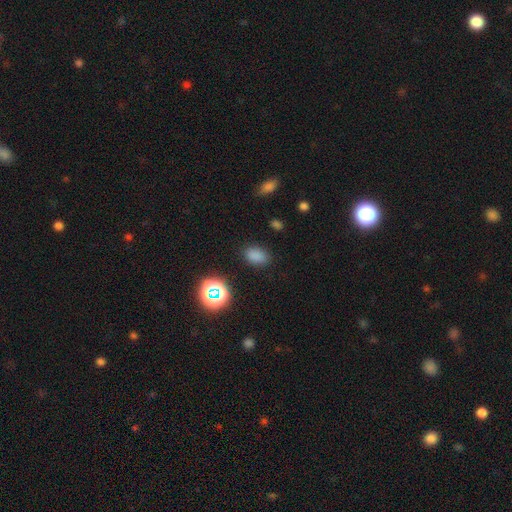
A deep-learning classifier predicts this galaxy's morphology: The model was most divided on "smooth or featured": smooth: 78%, star or artifact: 17%, featured or disk: 5%. More confident: how rounded — in between (85%); merging — none (84%).